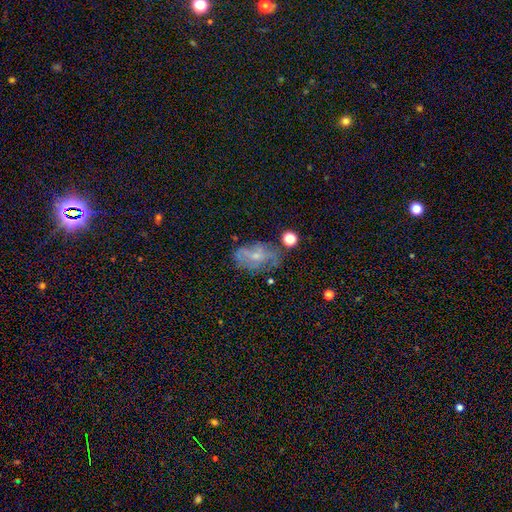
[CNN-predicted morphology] smooth_or_featured: featured or disk (p=0.57) [alt: smooth p=0.31]
disk_edge_on: no (p=0.95) [alt: yes p=0.05]
bar: no (p=0.67) [alt: weak p=0.28]
has_spiral_arms: yes (p=0.59) [alt: no p=0.41]
bulge_size: small (p=0.65) [alt: moderate p=0.23]
merging: none (p=0.48) [alt: minor disturbance p=0.26]